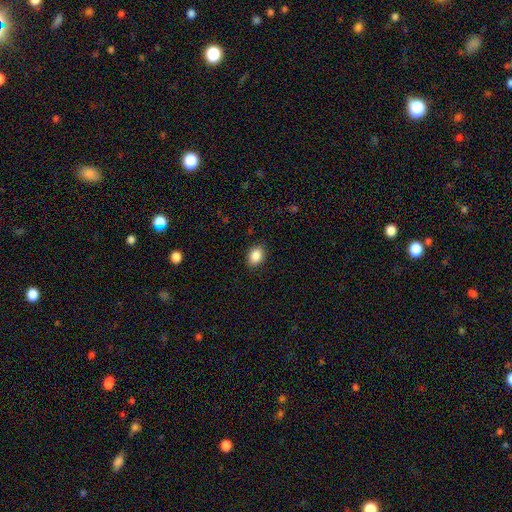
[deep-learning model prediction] Q: Smooth or featured?
A: smooth (87%); runner-up: star or artifact (9%)
Q: How rounded?
A: in between (67%); runner-up: round (32%)
Q: Merging?
A: none (88%); runner-up: minor disturbance (9%)